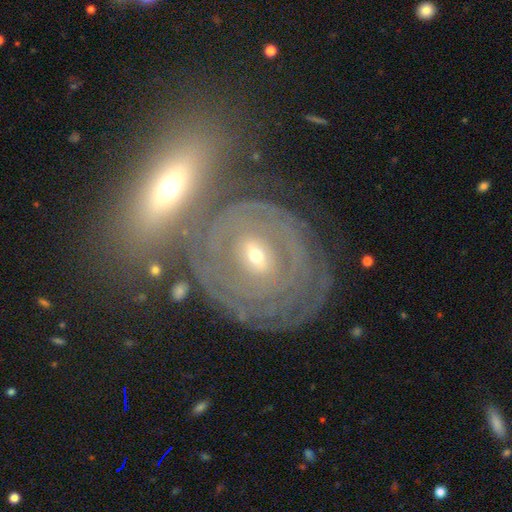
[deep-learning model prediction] Smooth or featured? featured or disk (82%)
Edge-on disk? no (95%)
Bar? no (41%)
Spiral arms? yes (82%)
Spiral winding? tight (79%)
Spiral arm count? can't tell (43%)
Bulge size? small (65%)
Merging? none (48%)